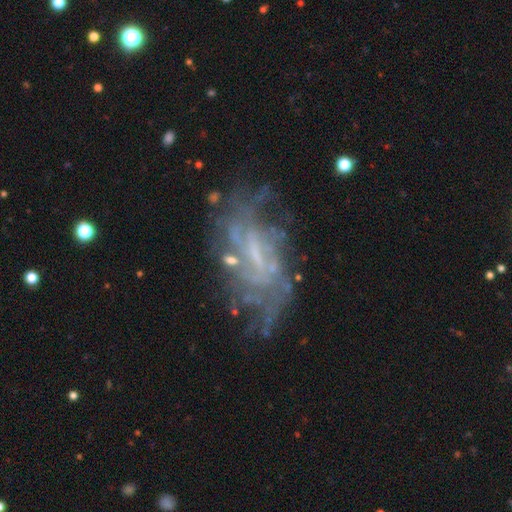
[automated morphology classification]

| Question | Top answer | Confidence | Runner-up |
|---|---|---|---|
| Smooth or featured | featured or disk | 79% | smooth (11%) |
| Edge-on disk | no | 94% | yes (6%) |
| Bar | weak | 48% | no (29%) |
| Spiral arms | yes | 73% | no (27%) |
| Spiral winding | tight | 43% | medium (36%) |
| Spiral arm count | can't tell | 61% | 2 (13%) |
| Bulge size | small | 40% | none (39%) |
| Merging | none | 57% | minor disturbance (20%) |